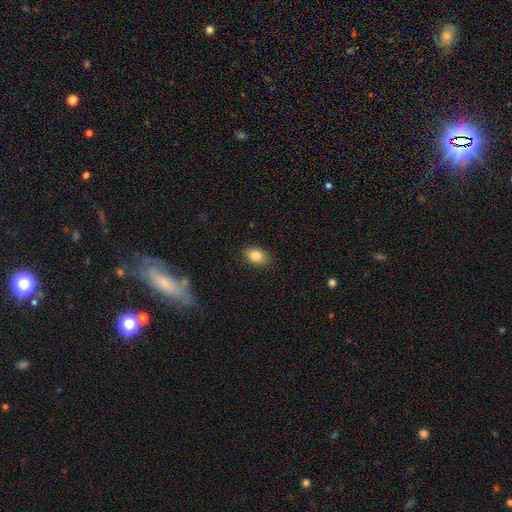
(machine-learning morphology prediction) A smooth galaxy with no disk features (84%) that is in between round and cigar-shaped (76%). Merging: none (88%).